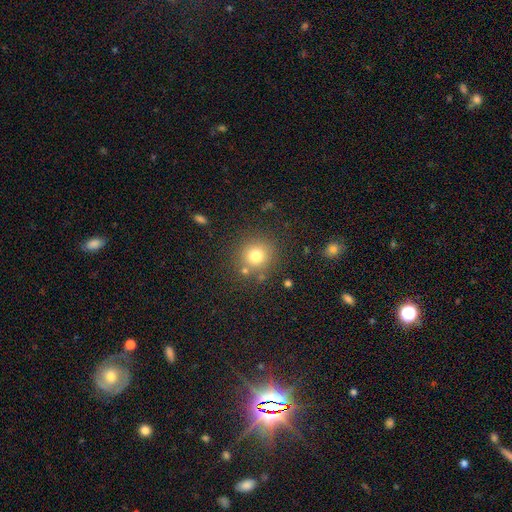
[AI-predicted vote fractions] This is likely a smooth galaxy (76%). How rounded: clearly round (90%). Merging: clearly none (80%).